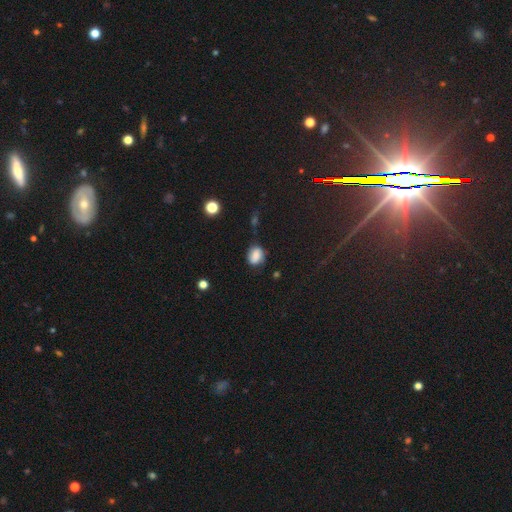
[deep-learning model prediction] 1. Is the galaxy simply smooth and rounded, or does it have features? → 74% smooth, 15% featured or disk, 11% star or artifact.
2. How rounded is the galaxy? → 61% in between, 37% round, 2% cigar-shaped.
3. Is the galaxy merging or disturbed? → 62% none, 27% minor disturbance, 8% major disturbance, 3% merger.